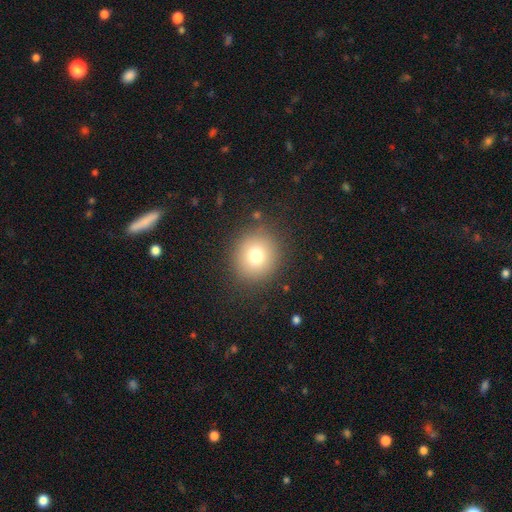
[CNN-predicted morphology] The model was most divided on "smooth or featured": smooth: 76%, star or artifact: 13%, featured or disk: 11%. More confident: how rounded — round (87%); merging — none (87%).